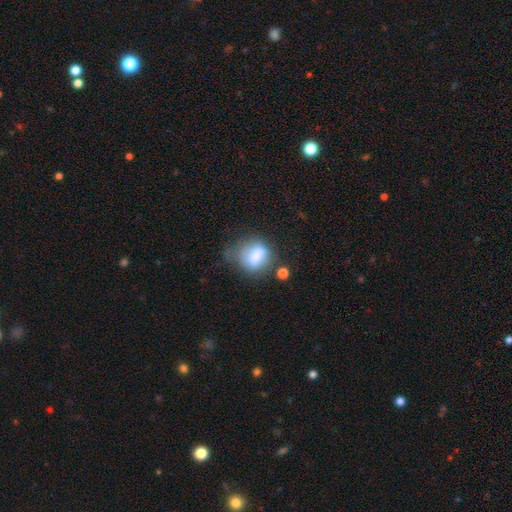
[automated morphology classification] smooth_or_featured: smooth (p=0.75) [alt: featured or disk p=0.16]
how_rounded: in between (p=0.51) [alt: round p=0.47]
merging: none (p=0.37) [alt: minor disturbance p=0.31]